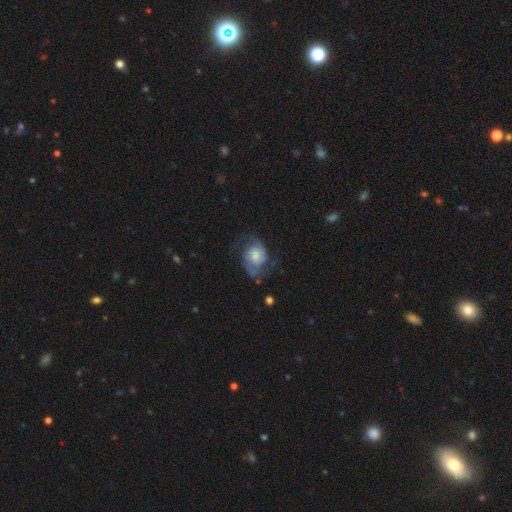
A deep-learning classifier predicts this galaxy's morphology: type=featured or disk (63%); edge-on=no (97%); bar=no (69%); spiral arms=yes (88%); winding=medium (46%); arm count=2 (82%); bulge=small (43%); merging=none (55%).